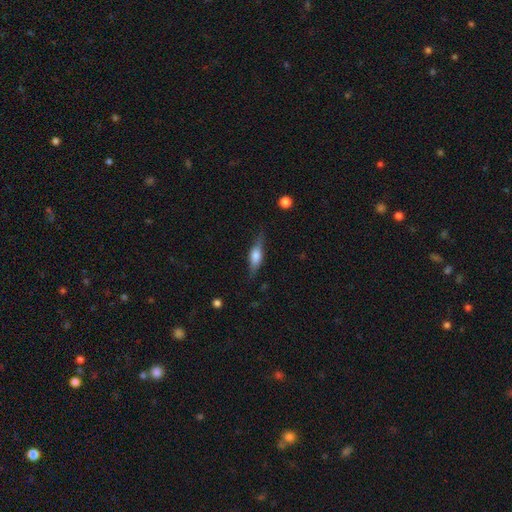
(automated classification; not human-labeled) smooth_or_featured: featured or disk (p=0.51) [alt: smooth p=0.42]
disk_edge_on: yes (p=0.93) [alt: no p=0.07]
merging: none (p=0.78) [alt: minor disturbance p=0.16]